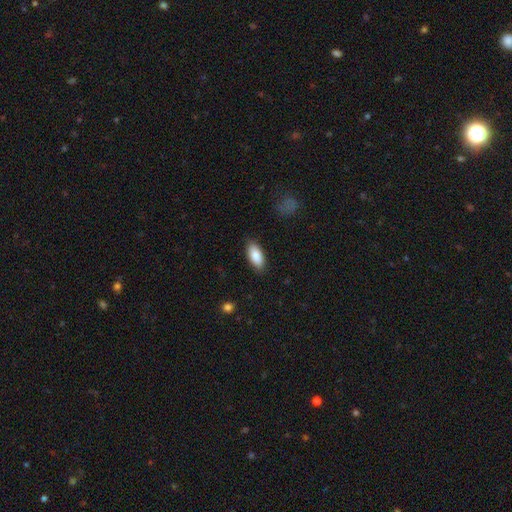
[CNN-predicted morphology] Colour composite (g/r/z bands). It shows a smooth galaxy with no disk features (86%) that is in between round and cigar-shaped (88%). Merging: none (87%).